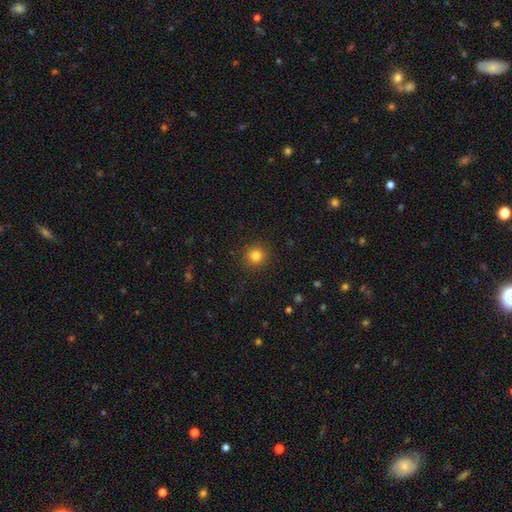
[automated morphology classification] smooth-or-featured: smooth: 82% | star or artifact: 12% | featured or disk: 5%
  how-rounded: round: 93% | in between: 6% | cigar-shaped: 1%
  merging: none: 91% | minor disturbance: 6% | major disturbance: 2% | merger: 1%